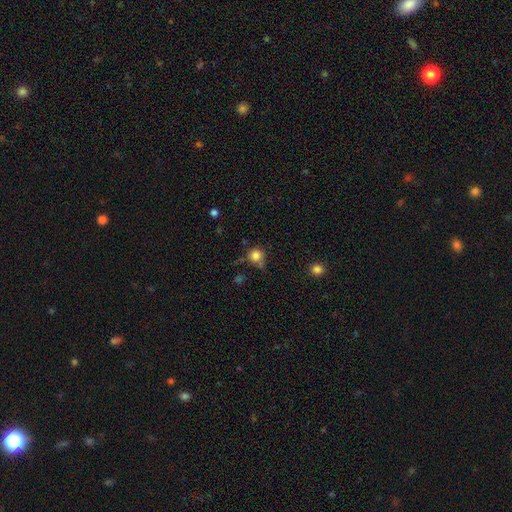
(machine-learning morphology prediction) type=smooth (81%); roundness=round (89%); merging=none (60%).